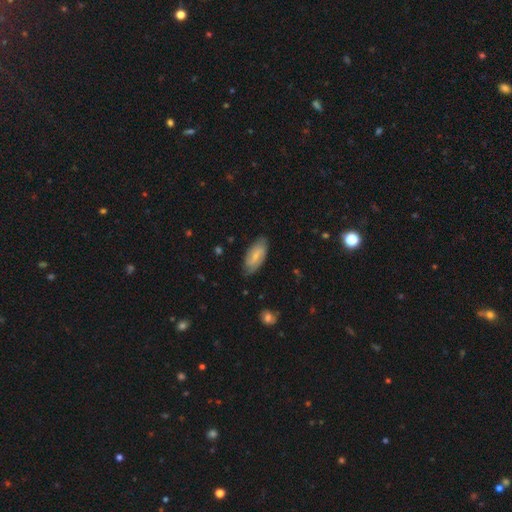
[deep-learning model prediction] Q: Smooth or featured?
A: smooth (60%); runner-up: featured or disk (34%)
Q: How rounded?
A: in between (88%); runner-up: cigar-shaped (10%)
Q: Merging?
A: none (77%); runner-up: minor disturbance (19%)